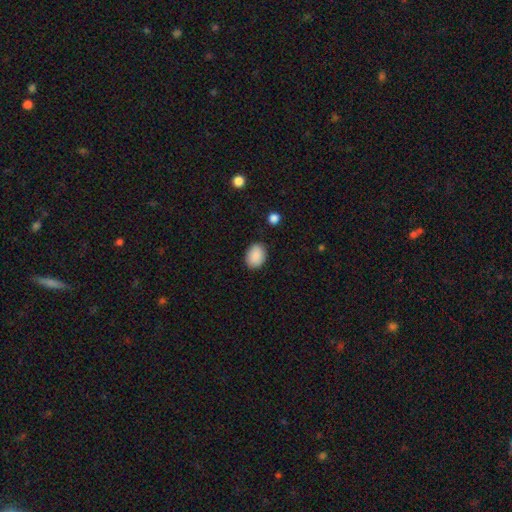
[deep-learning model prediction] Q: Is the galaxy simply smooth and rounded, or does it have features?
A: smooth — 89%.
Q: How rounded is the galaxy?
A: in between — 69%.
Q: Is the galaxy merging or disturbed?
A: none — 86%.